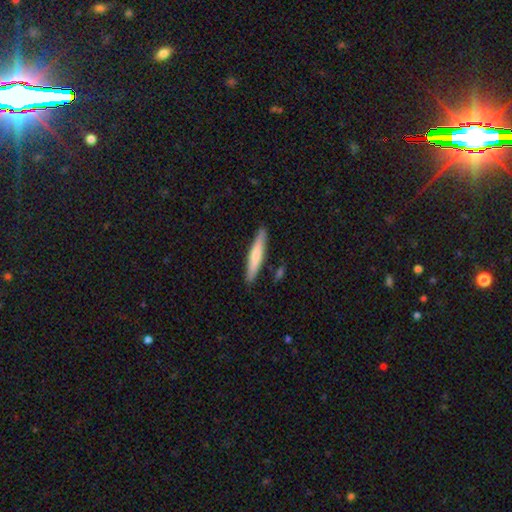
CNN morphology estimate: Q: Smooth or featured?
A: smooth (68%); runner-up: featured or disk (26%)
Q: How rounded?
A: cigar-shaped (91%); runner-up: in between (7%)
Q: Merging?
A: none (88%); runner-up: minor disturbance (9%)